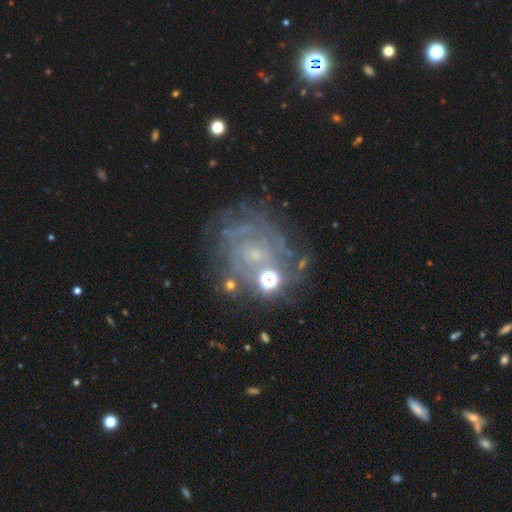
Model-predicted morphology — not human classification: A featured or disk galaxy (67%) with no bar (76%), spiral arms (67%) and a small central bulge (63%).

Vote fractions:
- Smooth or featured? featured or disk: 67% / star or artifact: 19% / smooth: 14%
- Edge-on disk? no: 97% / yes: 3%
- Bar? no: 76% / weak: 19% / strong: 5%
- Spiral arms? yes: 67% / no: 33%
- Bulge size? small: 63% / none: 18% / moderate: 16% / large: 2% / dominant: 1%
- Merging? none: 60% / minor disturbance: 17% / major disturbance: 15% / merger: 8%